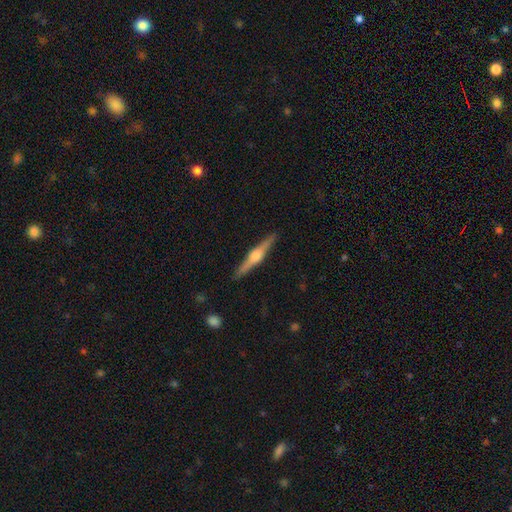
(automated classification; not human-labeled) A featured or disk galaxy (75%) viewed edge-on (98%) with a rounded central bulge (90%).

Vote fractions:
- Smooth or featured? featured or disk: 75% / smooth: 19% / star or artifact: 5%
- Edge-on disk? yes: 98% / no: 2%
- Edge-on bulge? rounded: 90% / boxy: 7% / none: 3%
- Merging? none: 91% / minor disturbance: 7% / major disturbance: 1% / merger: 1%